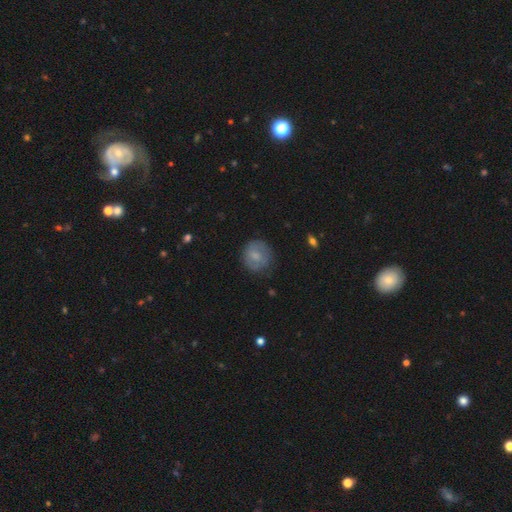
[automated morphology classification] Smooth or featured: smooth — 67% (featured or disk — 25%)
How rounded: round — 84% (in between — 15%)
Merging: none — 71% (minor disturbance — 21%)